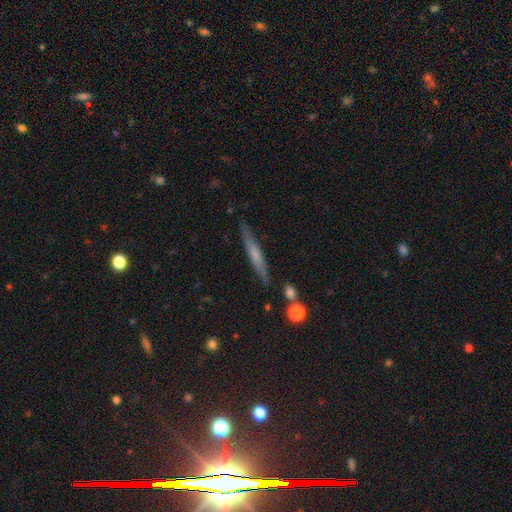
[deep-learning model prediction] This appears to be a smooth galaxy with no disk features (50%). Merging: none (82%).